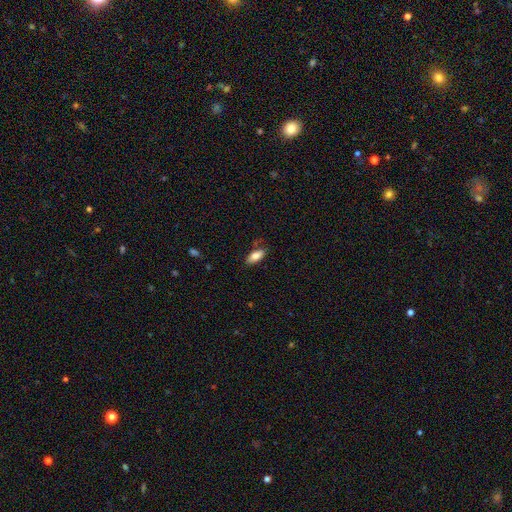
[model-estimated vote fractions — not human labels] Smooth or featured: smooth — 83% (featured or disk — 10%)
How rounded: in between — 83% (cigar-shaped — 15%)
Merging: none — 77% (minor disturbance — 17%)